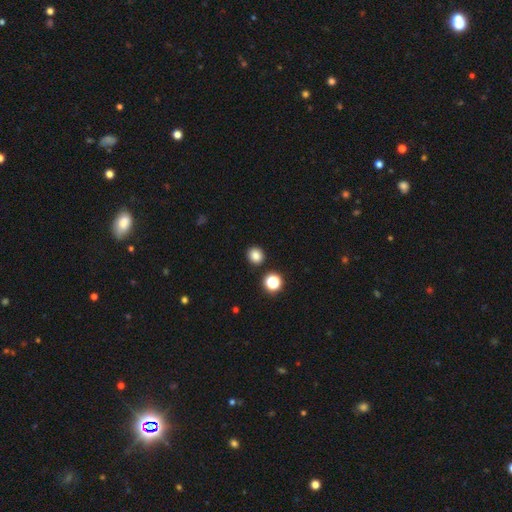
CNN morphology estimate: Smooth or featured?
  - smooth: 82% *
  - star or artifact: 13%
  - featured or disk: 5%
How rounded?
  - round: 85% *
  - in between: 14%
  - cigar-shaped: 1%
Merging?
  - none: 89% *
  - minor disturbance: 6%
  - merger: 3%
  - major disturbance: 2%